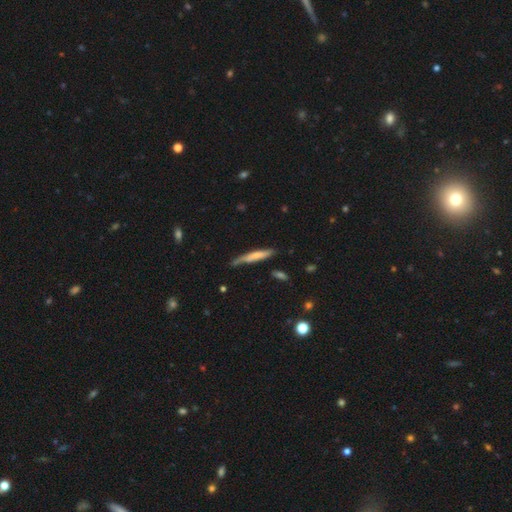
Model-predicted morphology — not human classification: Overall: smooth (60%; featured or disk 35%). How rounded: cigar-shaped (91%). Merging: none (64%; minor disturbance 27%).